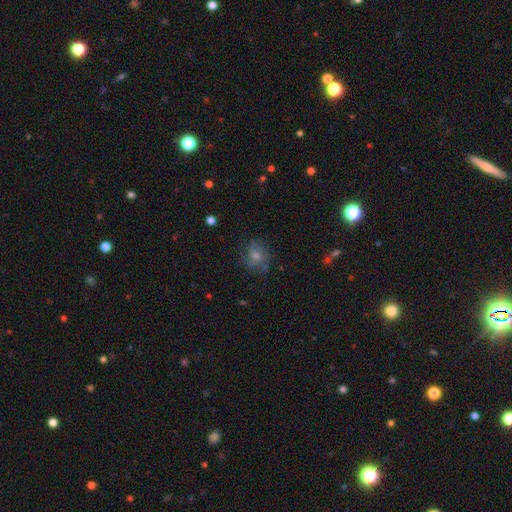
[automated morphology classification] Smooth or featured? smooth (42%)
Merging? none (77%)